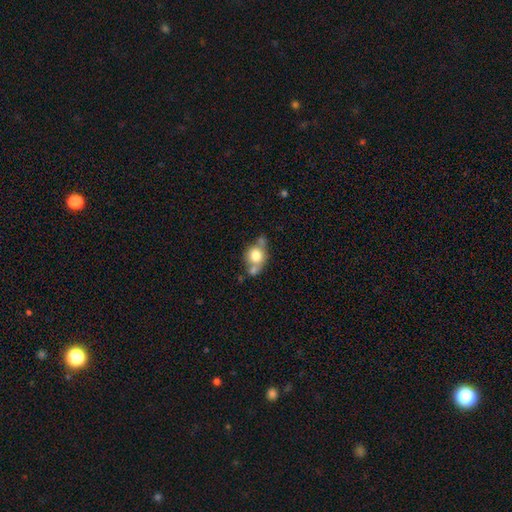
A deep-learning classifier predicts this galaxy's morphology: Smooth or featured? smooth (71%)
How rounded? round (66%)
Merging? none (45%)